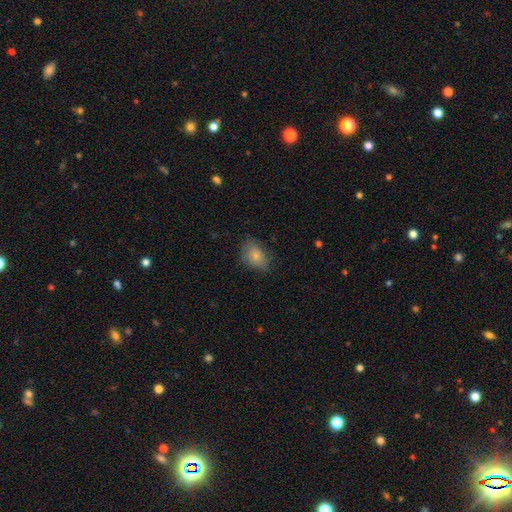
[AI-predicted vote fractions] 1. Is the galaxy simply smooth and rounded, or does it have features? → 77% smooth, 15% featured or disk, 7% star or artifact.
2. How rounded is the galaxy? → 76% in between, 23% round, 1% cigar-shaped.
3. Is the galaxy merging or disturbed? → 67% none, 25% minor disturbance, 7% major disturbance, 1% merger.